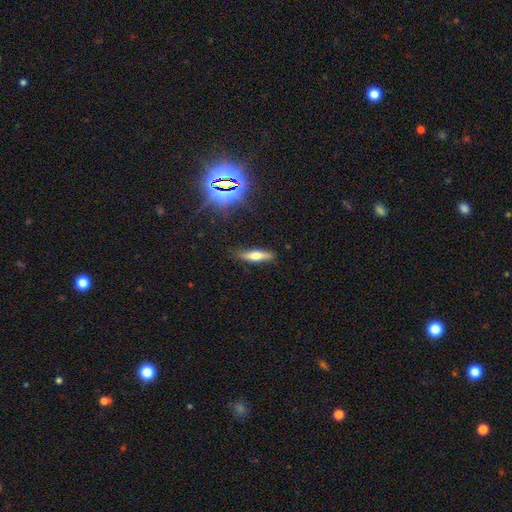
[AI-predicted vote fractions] Smooth or featured?
  - smooth: 59% *
  - featured or disk: 31%
  - star or artifact: 10%
How rounded?
  - cigar-shaped: 70% *
  - in between: 28%
  - round: 2%
Merging?
  - none: 85% *
  - minor disturbance: 11%
  - major disturbance: 2%
  - merger: 2%